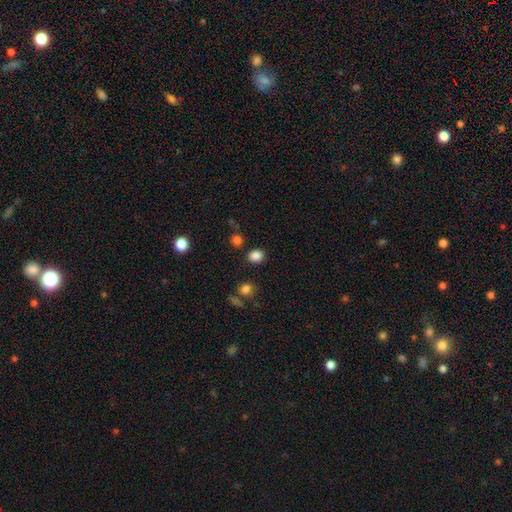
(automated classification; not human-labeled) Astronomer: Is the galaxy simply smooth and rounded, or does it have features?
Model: smooth — 84%.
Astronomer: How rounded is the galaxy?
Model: round — 65%.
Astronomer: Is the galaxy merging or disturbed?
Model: none — 84%.